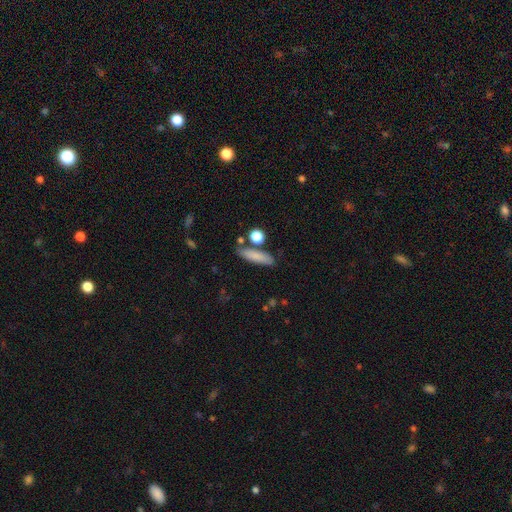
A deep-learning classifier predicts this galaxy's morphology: This appears to be a smooth galaxy with no disk features (80%) that is cigar-shaped (65%). Merging: none (75%).